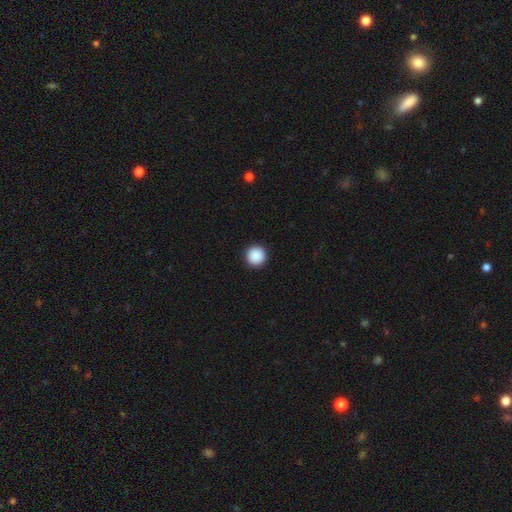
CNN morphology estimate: A smooth galaxy with no disk features (89%) that is round (97%). Merging: none (94%).